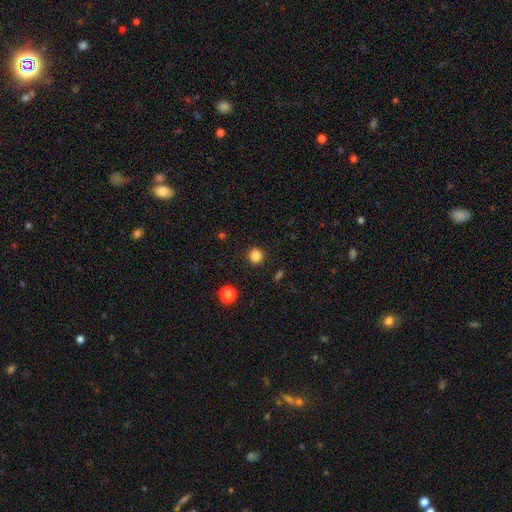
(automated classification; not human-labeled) smooth 84%, star or artifact 13%, featured or disk 4%. Down the decision tree: how rounded — round (93%); merging — none (92%).